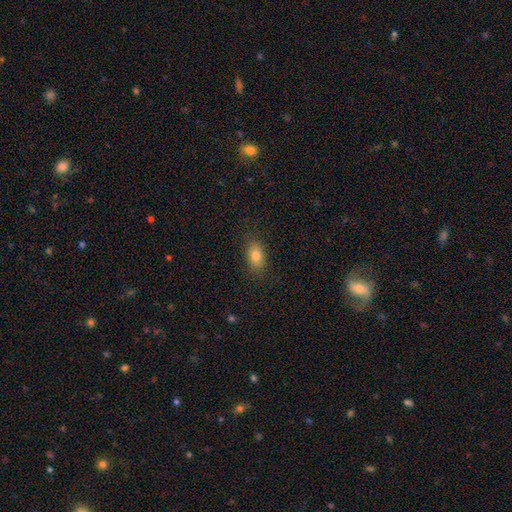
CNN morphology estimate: Overall: smooth (81%). How rounded: in between (86%). Merging: none (86%).